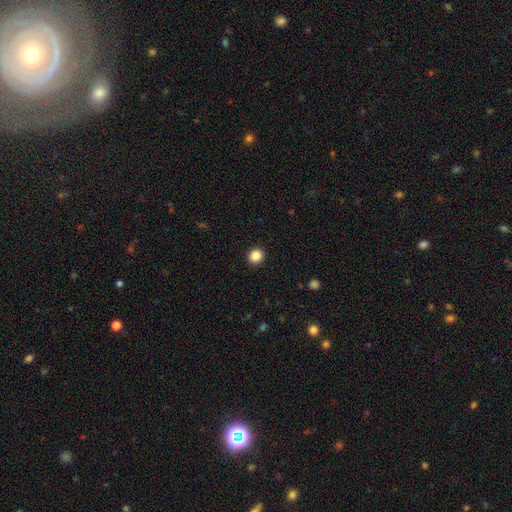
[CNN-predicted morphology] smooth-or-featured: smooth: 87% | star or artifact: 10% | featured or disk: 3%
  how-rounded: round: 92% | in between: 7% | cigar-shaped: 1%
  merging: none: 93% | minor disturbance: 4% | major disturbance: 2% | merger: 1%